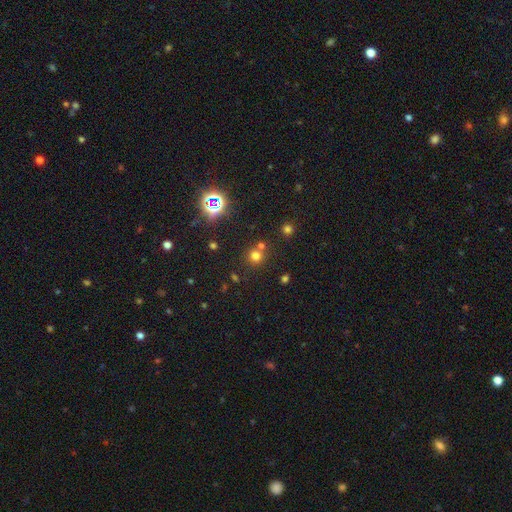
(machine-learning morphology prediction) Overall: smooth (65%; star or artifact 27%). How rounded: round (90%). Merging: none (66%).